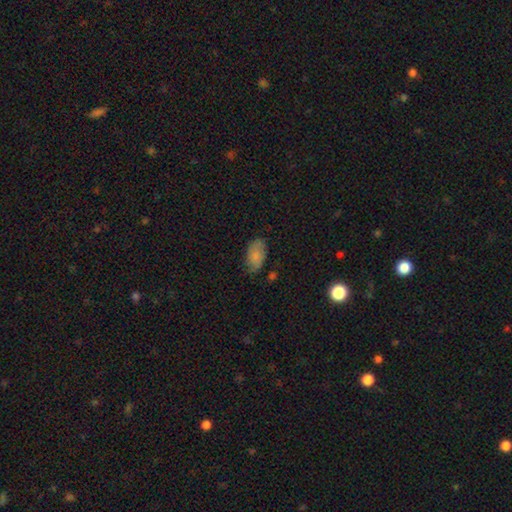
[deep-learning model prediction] smooth-or-featured: smooth: 79% | featured or disk: 13% | star or artifact: 8%
  how-rounded: in between: 94% | round: 5% | cigar-shaped: 2%
  merging: none: 67% | minor disturbance: 25% | major disturbance: 6% | merger: 2%